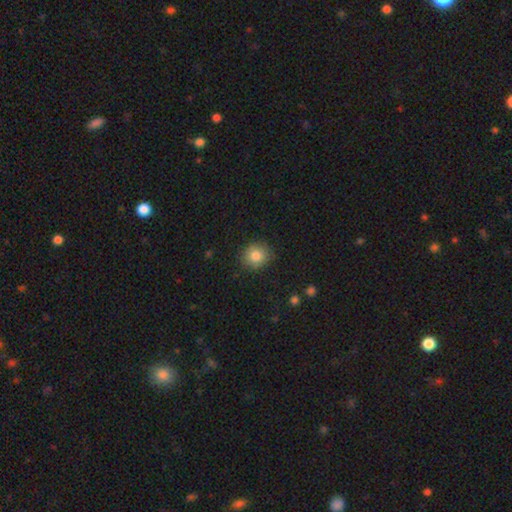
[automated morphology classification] Smooth or featured? smooth (83%)
How rounded? round (85%)
Merging? none (86%)